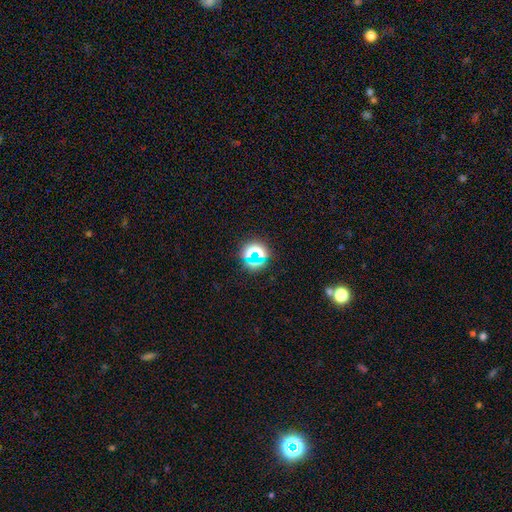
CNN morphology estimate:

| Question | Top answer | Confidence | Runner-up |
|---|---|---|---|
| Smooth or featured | star or artifact | 66% | smooth (23%) |